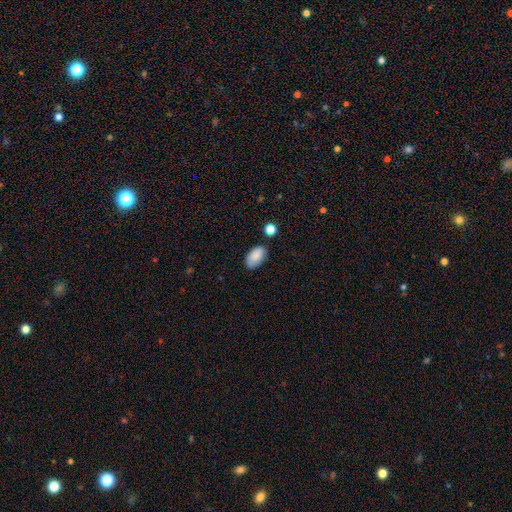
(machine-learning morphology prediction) Smooth or featured?
  - smooth: 85% *
  - star or artifact: 8%
  - featured or disk: 7%
How rounded?
  - in between: 94% *
  - round: 5%
  - cigar-shaped: 2%
Merging?
  - none: 73% *
  - minor disturbance: 19%
  - merger: 4%
  - major disturbance: 4%